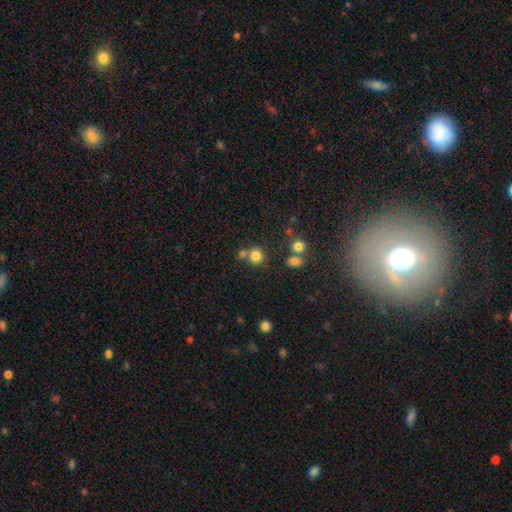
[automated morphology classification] This is clearly a smooth galaxy (81%). How rounded: clearly round (89%). Merging: likely none (65%).